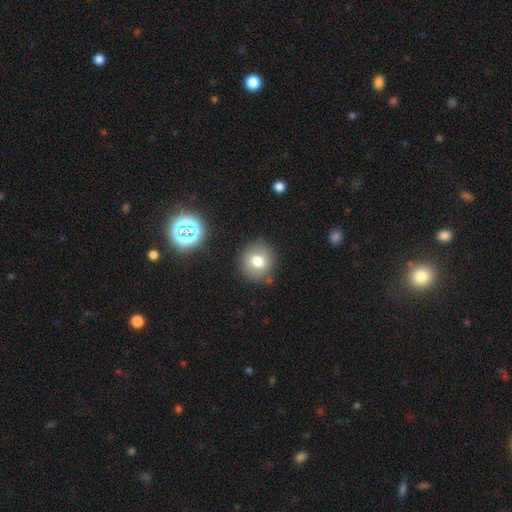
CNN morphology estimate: smooth 48%, star or artifact 37%, featured or disk 15%. Down the decision tree: merging — none (88%).